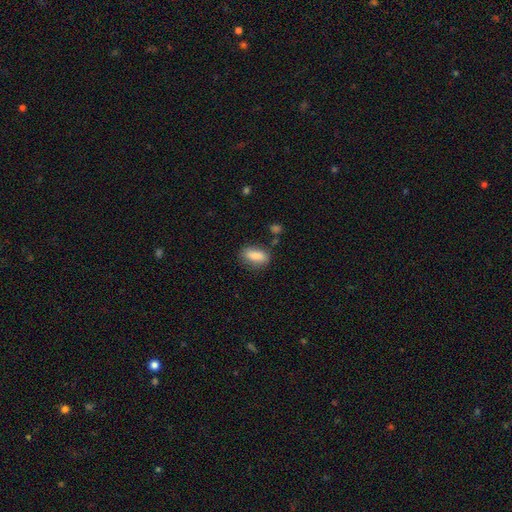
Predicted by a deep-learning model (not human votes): Smooth or featured? Predicted: smooth (p=0.85). How rounded? Predicted: in between (p=0.80). Merging? Predicted: none (p=0.77).